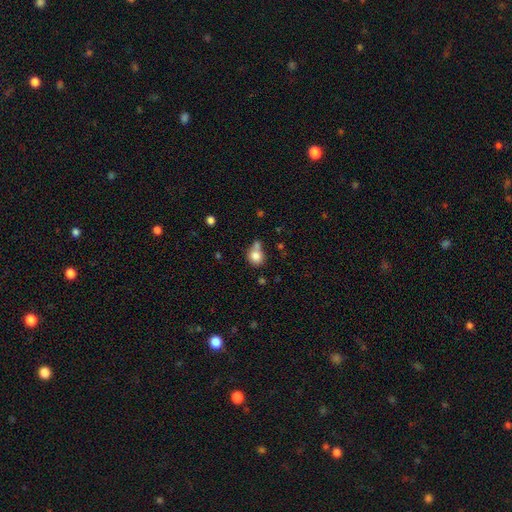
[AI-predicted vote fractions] Morphology: type=smooth (81%); roundness=round (81%); merging=none (49%).